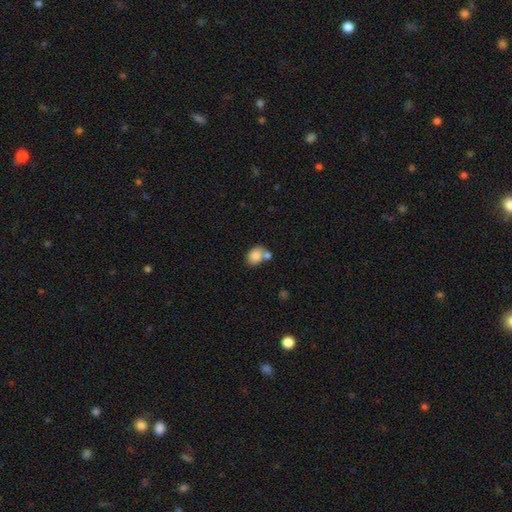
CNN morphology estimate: Smooth or featured: smooth — 84% (star or artifact — 8%)
How rounded: in between — 61% (round — 38%)
Merging: none — 45% (merger — 37%)